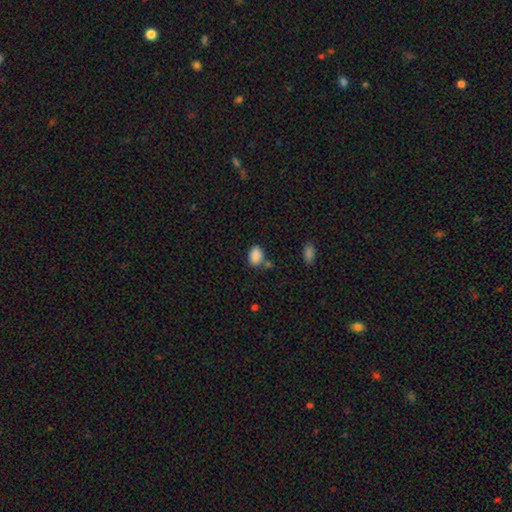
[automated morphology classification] This appears to be a smooth galaxy with no disk features (87%) that is in between round and cigar-shaped (83%). Merging: none (65%).